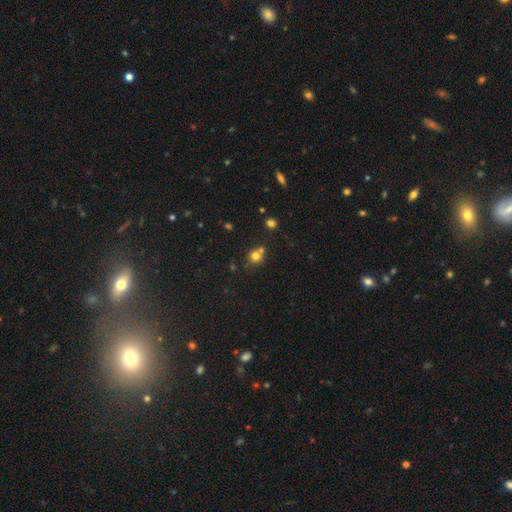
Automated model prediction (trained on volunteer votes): Morphology: type=smooth (75%); roundness=round (87%); merging=none (56%).